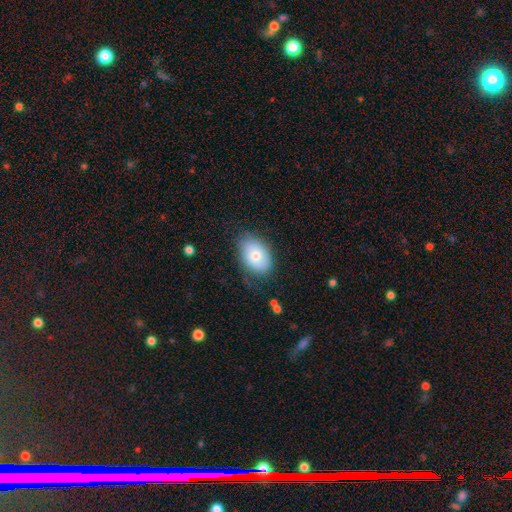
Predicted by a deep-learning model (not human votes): The model was most divided on "smooth or featured": smooth: 73%, featured or disk: 19%, star or artifact: 7%. More confident: how rounded — in between (86%); merging — none (74%).